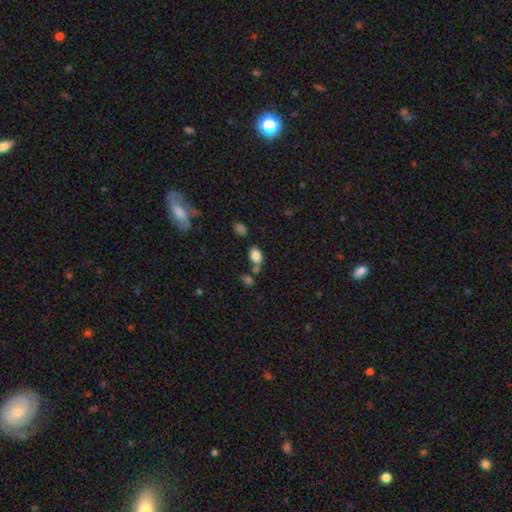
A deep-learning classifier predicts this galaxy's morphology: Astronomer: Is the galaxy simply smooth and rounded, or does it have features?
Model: smooth — 82%.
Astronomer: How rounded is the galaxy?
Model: in between — 80%.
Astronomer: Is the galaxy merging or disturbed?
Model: none — 53%.